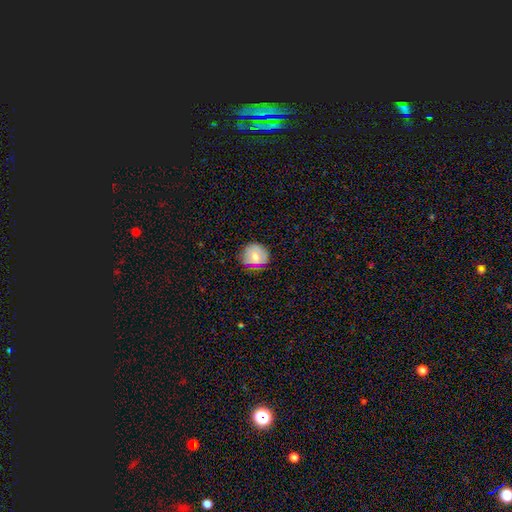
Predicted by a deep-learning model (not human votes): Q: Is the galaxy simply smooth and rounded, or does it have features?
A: smooth — 69%.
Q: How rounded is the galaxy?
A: round — 91%.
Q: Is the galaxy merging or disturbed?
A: none — 82%.